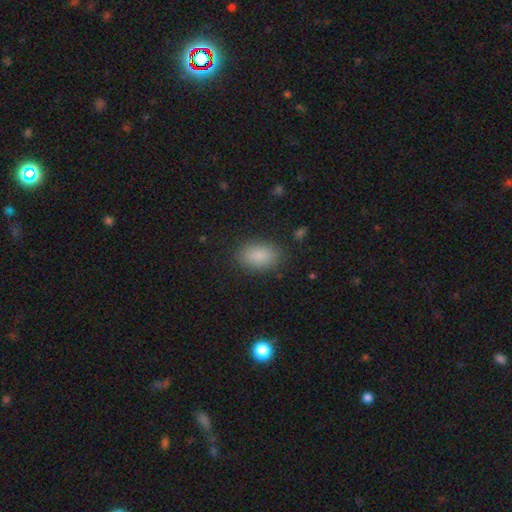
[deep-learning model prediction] Overall: smooth (86%). How rounded: in between (88%). Merging: none (87%).